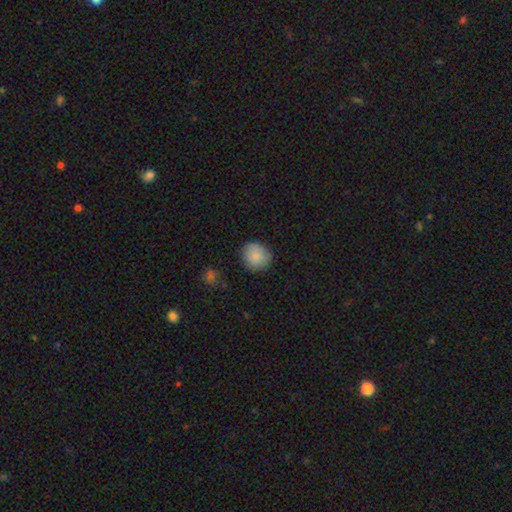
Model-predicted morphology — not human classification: smooth 84%, featured or disk 8%, star or artifact 7%. Down the decision tree: how rounded — round (88%); merging — none (83%).